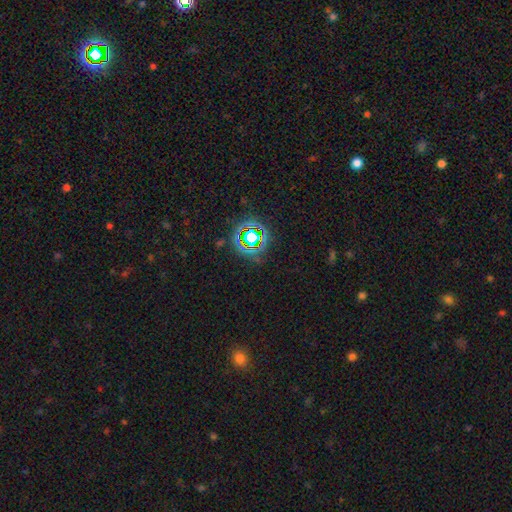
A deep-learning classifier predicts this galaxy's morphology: Smooth or featured?
  - star or artifact: 74% *
  - smooth: 16%
  - featured or disk: 10%